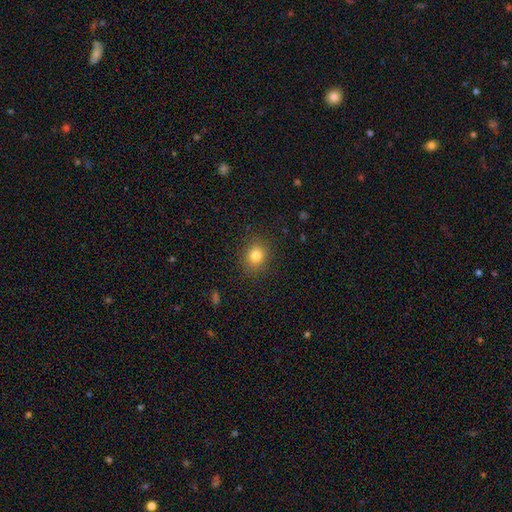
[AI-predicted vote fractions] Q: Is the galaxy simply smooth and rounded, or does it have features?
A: smooth — 82%.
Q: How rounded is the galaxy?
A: round — 72%.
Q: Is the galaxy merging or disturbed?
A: none — 88%.